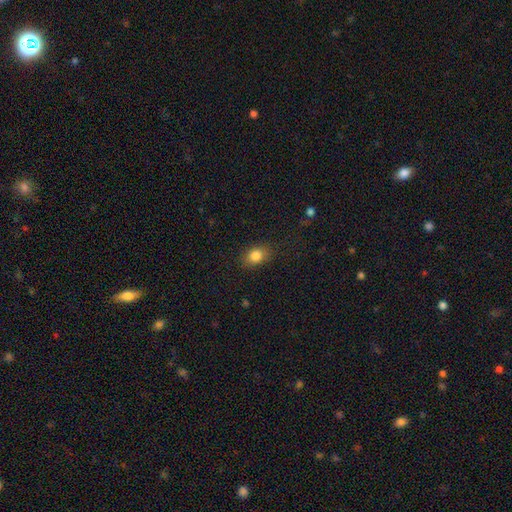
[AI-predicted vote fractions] Smooth or featured? Predicted: smooth (p=0.84). How rounded? Predicted: in between (p=0.66). Merging? Predicted: none (p=0.82).